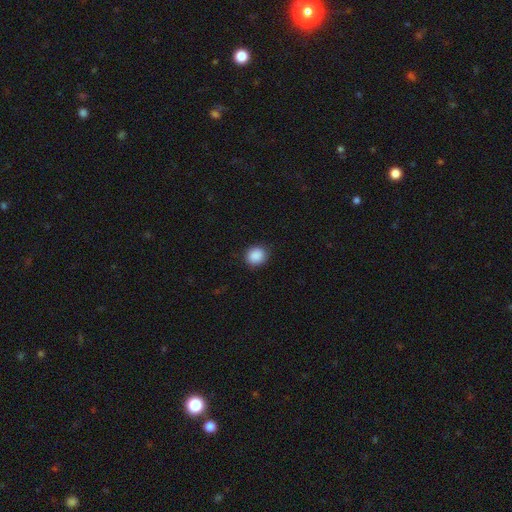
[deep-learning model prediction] Smooth or featured? Predicted: smooth (p=0.89). How rounded? Predicted: round (p=0.79). Merging? Predicted: none (p=0.88).